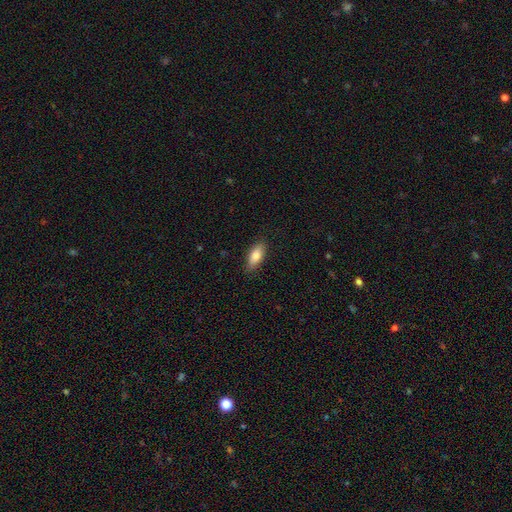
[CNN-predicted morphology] smooth-or-featured: smooth: 81% | featured or disk: 12% | star or artifact: 6%
  how-rounded: in between: 80% | cigar-shaped: 18% | round: 3%
  merging: none: 86% | minor disturbance: 11% | major disturbance: 2% | merger: 1%